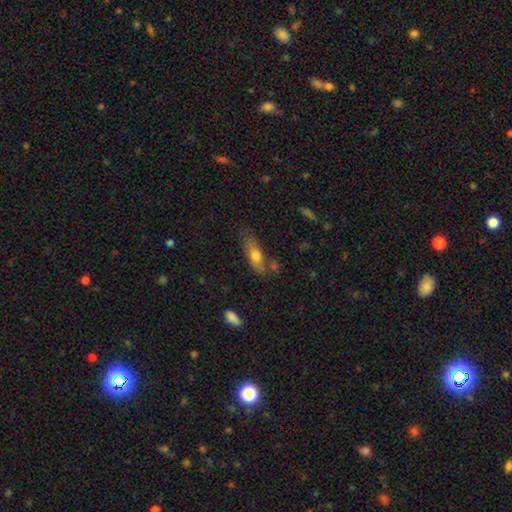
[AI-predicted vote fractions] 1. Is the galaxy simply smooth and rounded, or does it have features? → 64% smooth, 29% featured or disk, 7% star or artifact.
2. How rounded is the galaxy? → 56% in between, 40% cigar-shaped, 4% round.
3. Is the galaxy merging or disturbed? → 60% none, 23% minor disturbance, 10% merger, 8% major disturbance.